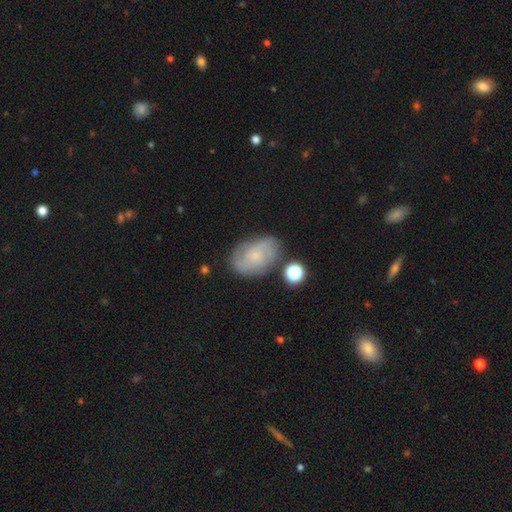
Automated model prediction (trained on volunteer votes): Overall: featured or disk (64%; smooth 27%). Edge-on disk: no (97%). Bar: no (67%; weak 29%). Spiral arms: yes (88%). Spiral arm count: 2 (52%; can't tell 27%). Spiral winding: medium (42%, tied with tight). Bulge size: small (71%). Merging: none (70%).